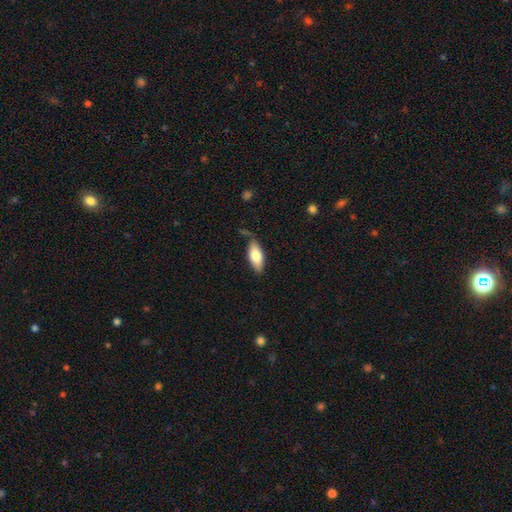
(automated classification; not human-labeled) A smooth galaxy with no disk features (76%) that is in between round and cigar-shaped (80%). Merging: none (70%).